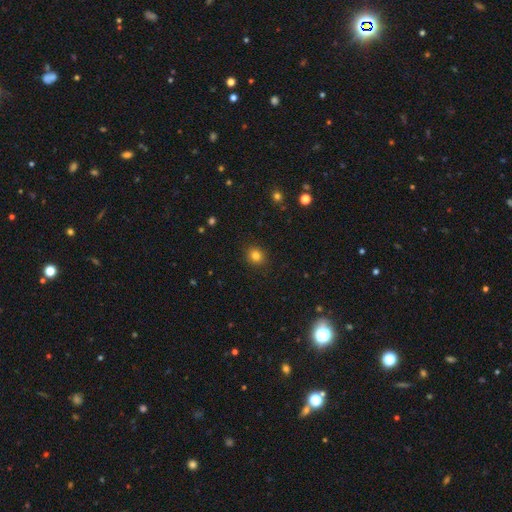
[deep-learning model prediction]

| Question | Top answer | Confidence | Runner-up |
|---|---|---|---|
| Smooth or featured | smooth | 81% | star or artifact (14%) |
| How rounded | round | 82% | in between (17%) |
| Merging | none | 91% | minor disturbance (6%) |